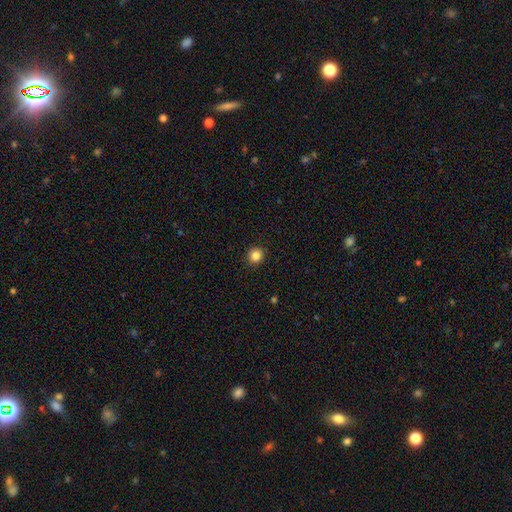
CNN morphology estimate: A smooth galaxy with no disk features (84%) that is round (93%). Merging: none (93%).